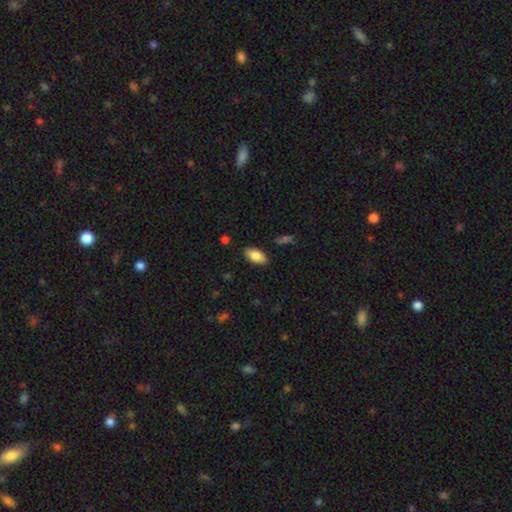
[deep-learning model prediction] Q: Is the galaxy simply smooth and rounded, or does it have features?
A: smooth — 84%.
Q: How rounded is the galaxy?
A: in between — 93%.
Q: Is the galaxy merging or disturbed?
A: none — 86%.